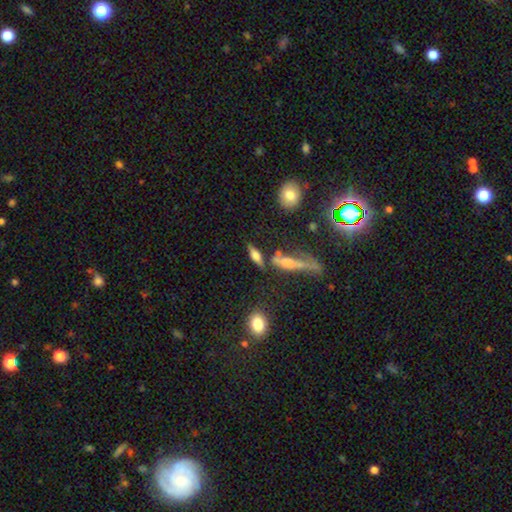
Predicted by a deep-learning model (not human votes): Morphology: type=smooth (55%); roundness=in between (48%); merging=none (64%).